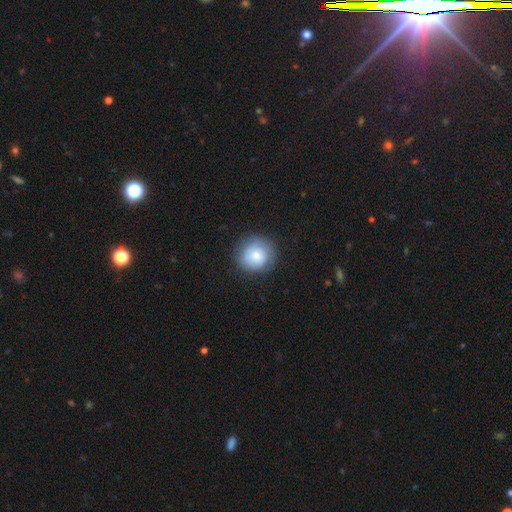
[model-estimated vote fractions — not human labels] Smooth or featured: smooth — 79% (featured or disk — 13%)
How rounded: round — 90% (in between — 9%)
Merging: none — 83% (minor disturbance — 12%)